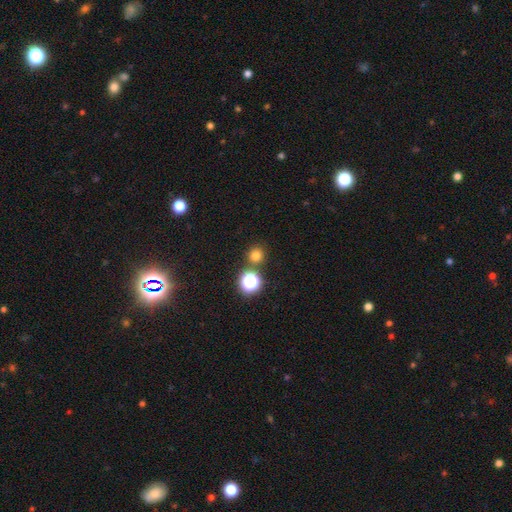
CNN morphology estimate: Smooth or featured? Predicted: smooth (p=0.74). How rounded? Predicted: round (p=0.93). Merging? Predicted: none (p=0.81).